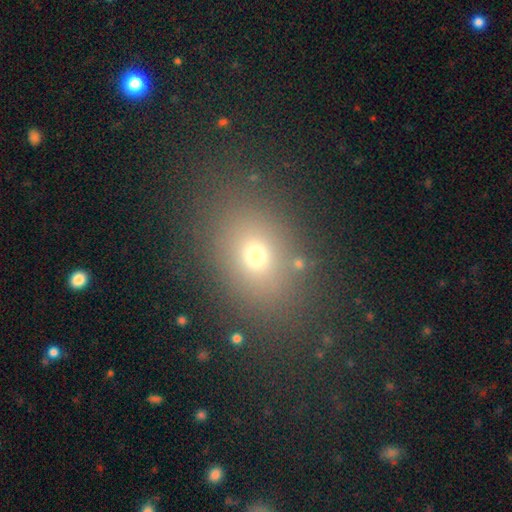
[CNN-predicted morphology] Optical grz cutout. It shows a smooth galaxy with no disk features (67%) that is in between round and cigar-shaped (63%). Merging: none (84%).